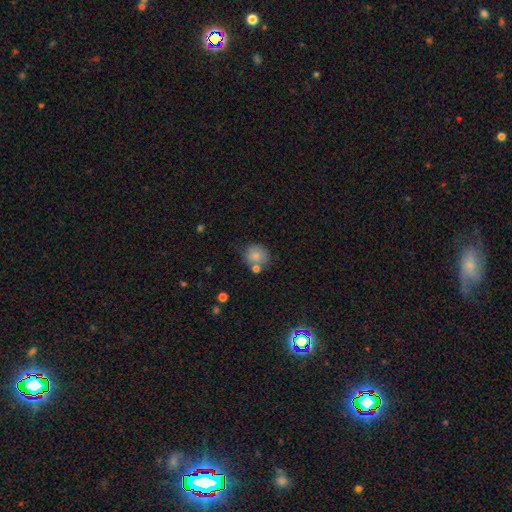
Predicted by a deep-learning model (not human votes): Morphology: type=smooth (83%); roundness=round (83%); merging=none (65%).